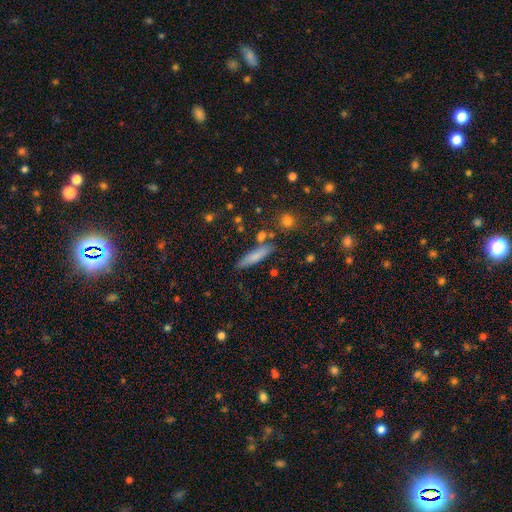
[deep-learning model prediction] Smooth or featured: smooth — 73% (featured or disk — 19%)
How rounded: cigar-shaped — 80% (in between — 18%)
Merging: none — 77% (minor disturbance — 13%)